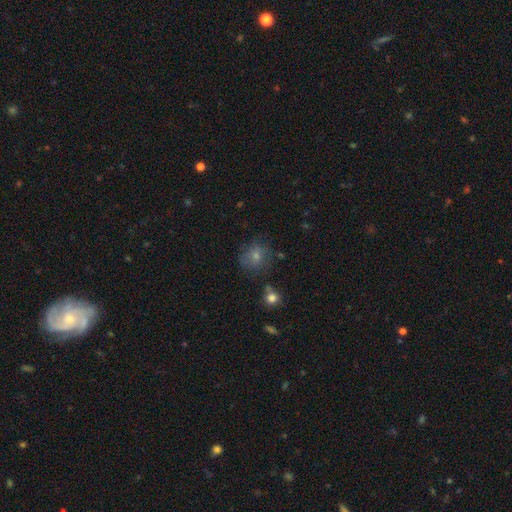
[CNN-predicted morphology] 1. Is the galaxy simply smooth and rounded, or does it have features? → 56% smooth, 23% star or artifact, 21% featured or disk.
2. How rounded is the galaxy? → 83% round, 16% in between, 1% cigar-shaped.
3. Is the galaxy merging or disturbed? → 75% none, 15% minor disturbance, 6% major disturbance, 4% merger.